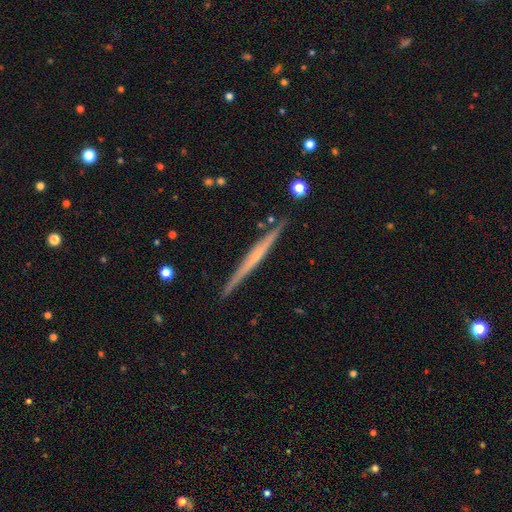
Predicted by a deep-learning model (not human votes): Morphology: type=featured or disk (68%); edge-on=yes (98%); edge-on bulge=none (66%); merging=none (91%).